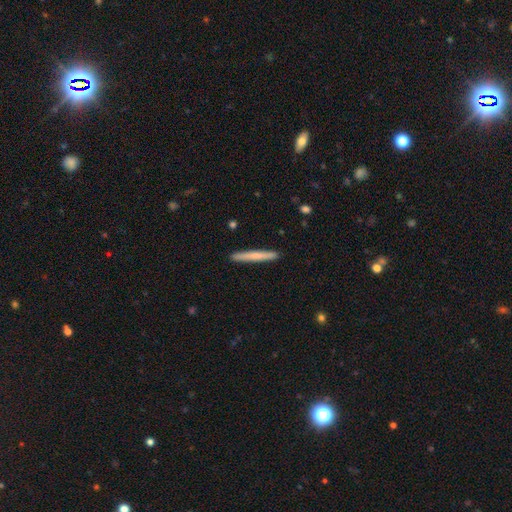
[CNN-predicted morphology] A smooth galaxy with no disk features (67%) that is cigar-shaped (97%). Merging: none (92%).